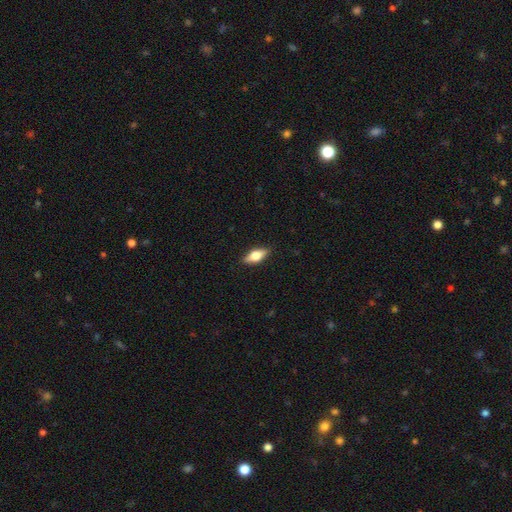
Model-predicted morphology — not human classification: smooth-or-featured: smooth: 56% | featured or disk: 37% | star or artifact: 7%
  how-rounded: in between: 73% | cigar-shaped: 23% | round: 4%
  merging: none: 88% | minor disturbance: 9% | major disturbance: 2% | merger: 1%